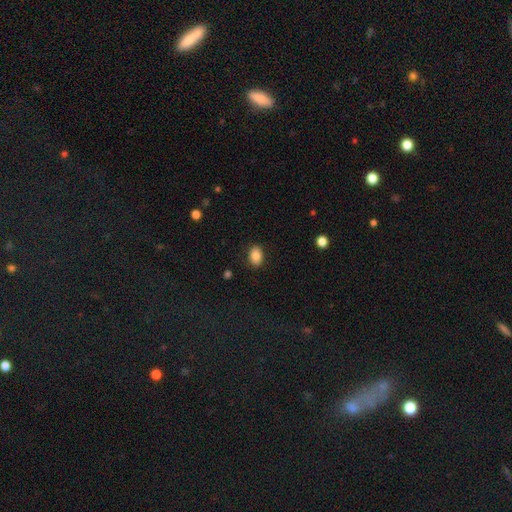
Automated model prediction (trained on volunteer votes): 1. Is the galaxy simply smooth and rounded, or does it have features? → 85% smooth, 9% star or artifact, 6% featured or disk.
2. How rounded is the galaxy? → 79% in between, 20% round, 1% cigar-shaped.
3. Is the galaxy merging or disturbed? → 87% none, 10% minor disturbance, 3% major disturbance, 1% merger.